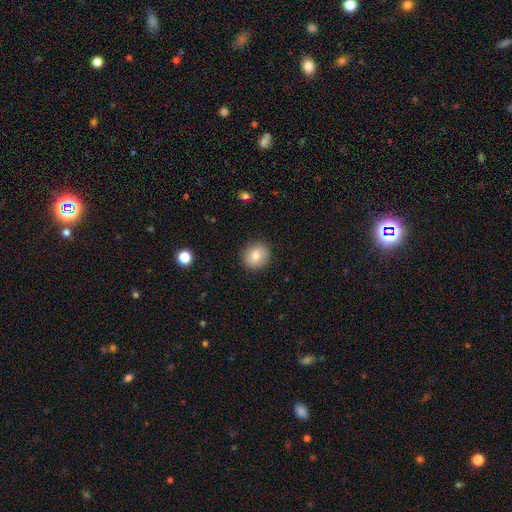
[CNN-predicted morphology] Overall: smooth (82%). How rounded: round (79%). Merging: none (89%).